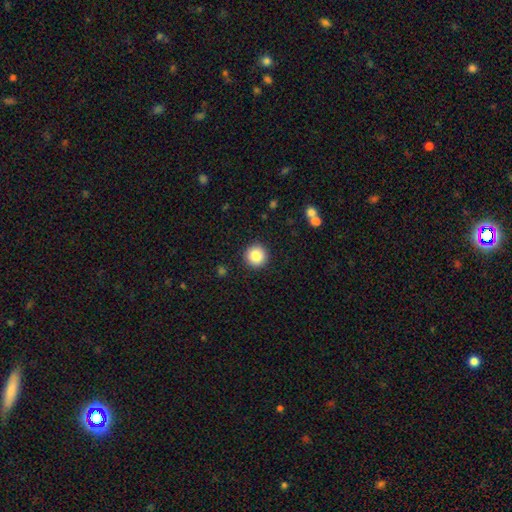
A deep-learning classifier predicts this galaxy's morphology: Smooth or featured? smooth (84%)
How rounded? round (96%)
Merging? none (92%)